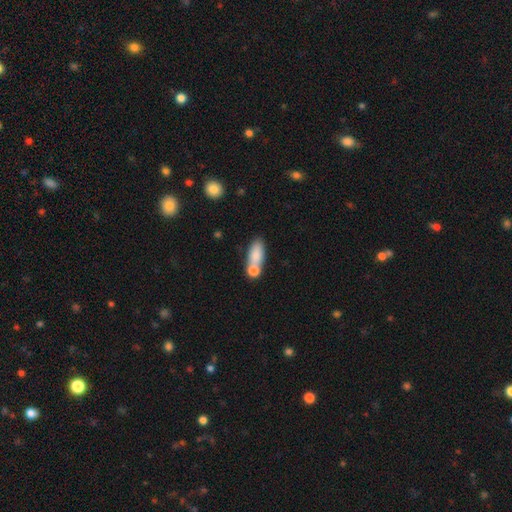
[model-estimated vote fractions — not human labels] Q: Smooth or featured?
A: smooth (80%); runner-up: featured or disk (12%)
Q: How rounded?
A: in between (74%); runner-up: cigar-shaped (21%)
Q: Merging?
A: none (47%); runner-up: merger (34%)